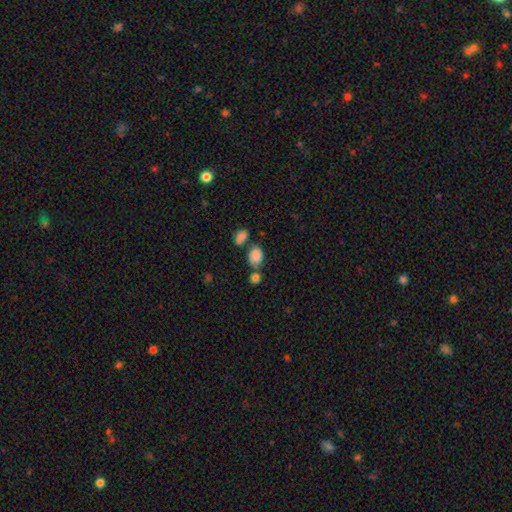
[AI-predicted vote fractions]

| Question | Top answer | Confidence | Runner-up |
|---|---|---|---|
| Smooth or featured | smooth | 83% | star or artifact (10%) |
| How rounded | in between | 67% | round (31%) |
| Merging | none | 48% | merger (31%) |